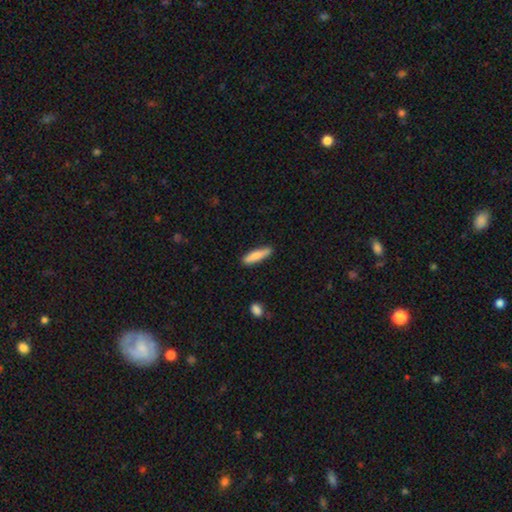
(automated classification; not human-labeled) A smooth galaxy with no disk features (81%) that is cigar-shaped (78%). Merging: none (79%).